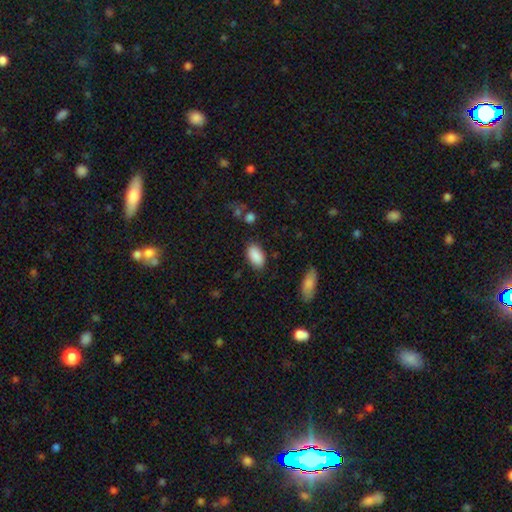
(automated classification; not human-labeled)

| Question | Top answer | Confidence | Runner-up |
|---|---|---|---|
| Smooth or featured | smooth | 89% | star or artifact (7%) |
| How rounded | in between | 94% | round (4%) |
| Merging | none | 83% | minor disturbance (12%) |